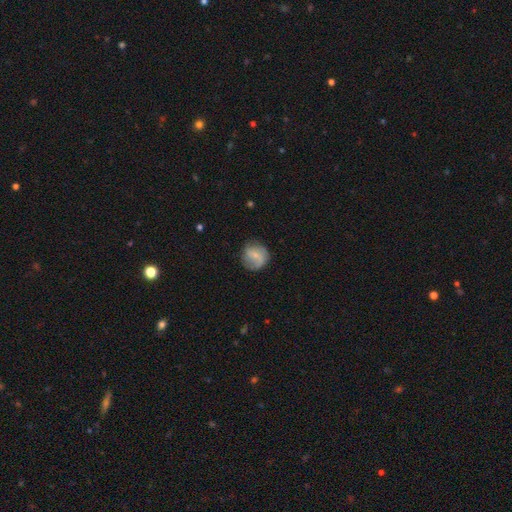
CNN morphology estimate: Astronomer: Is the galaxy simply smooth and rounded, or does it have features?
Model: smooth — 49% (runner-up: featured or disk, 43%).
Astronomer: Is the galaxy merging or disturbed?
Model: none — 70%.